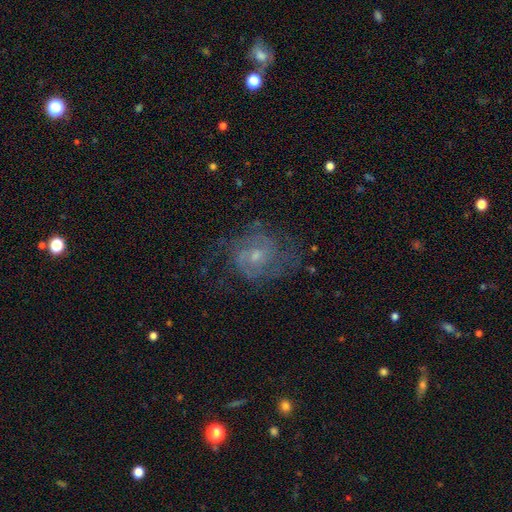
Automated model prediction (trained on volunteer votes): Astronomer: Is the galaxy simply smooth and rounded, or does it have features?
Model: featured or disk — 72%.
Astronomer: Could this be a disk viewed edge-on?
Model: no — 97%.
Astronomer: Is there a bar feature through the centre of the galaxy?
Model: no — 65%.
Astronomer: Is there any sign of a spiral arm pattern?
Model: yes — 84%.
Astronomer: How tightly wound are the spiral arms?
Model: medium — 42% (runner-up: tight, 41%).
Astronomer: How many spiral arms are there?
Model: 2 — 39% (runner-up: can't tell, 36%).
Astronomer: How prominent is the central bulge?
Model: small — 58% (runner-up: moderate, 34%).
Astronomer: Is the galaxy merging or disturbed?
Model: none — 61%.